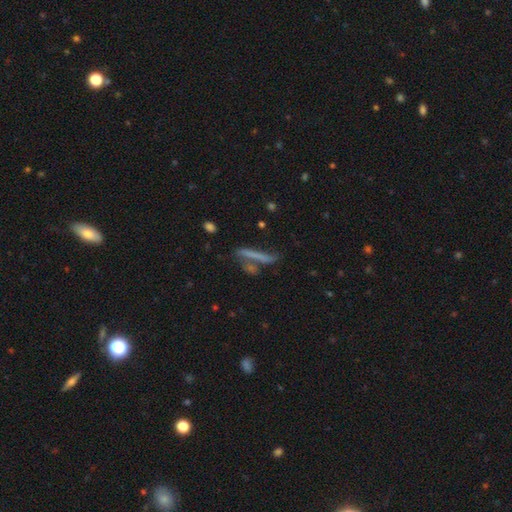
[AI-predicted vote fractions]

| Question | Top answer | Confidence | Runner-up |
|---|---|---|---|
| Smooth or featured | smooth | 60% | featured or disk (30%) |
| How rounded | cigar-shaped | 92% | in between (6%) |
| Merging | none | 62% | merger (18%) |